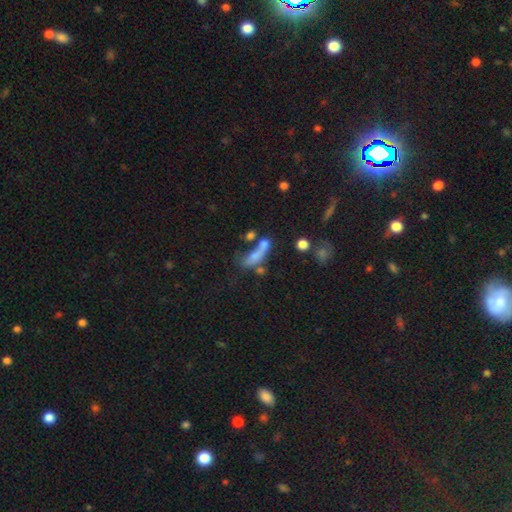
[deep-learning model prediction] smooth-or-featured: smooth: 61% | featured or disk: 25% | star or artifact: 14%
  how-rounded: cigar-shaped: 53% | in between: 39% | round: 8%
  merging: merger: 38% | none: 28% | major disturbance: 20% | minor disturbance: 15%